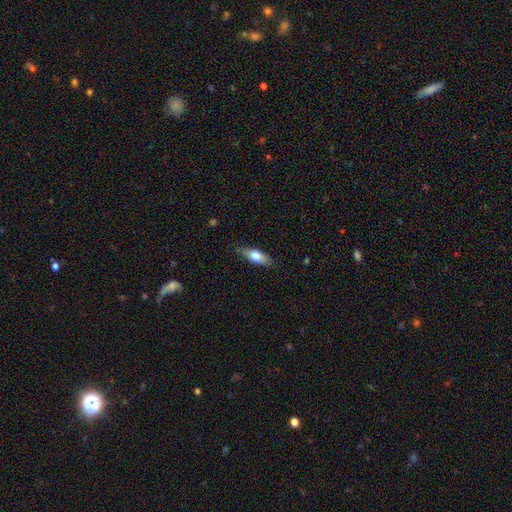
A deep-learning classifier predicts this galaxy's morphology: Smooth or featured?
  - smooth: 69% *
  - featured or disk: 25%
  - star or artifact: 6%
How rounded?
  - in between: 62% *
  - cigar-shaped: 35%
  - round: 3%
Merging?
  - none: 82% *
  - minor disturbance: 14%
  - major disturbance: 3%
  - merger: 1%